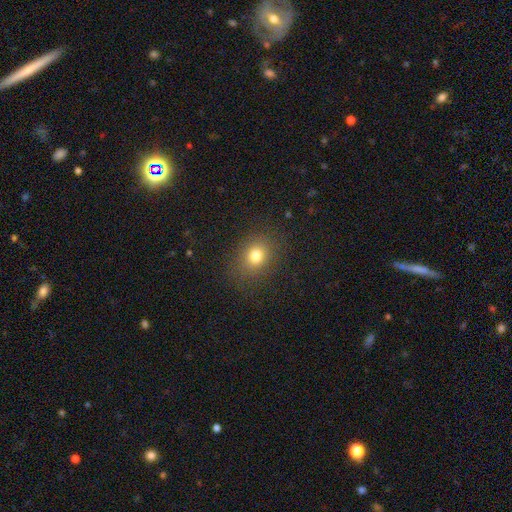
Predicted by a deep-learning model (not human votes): This is likely a smooth galaxy (77%). How rounded: possibly round (59%). Merging: clearly none (85%).